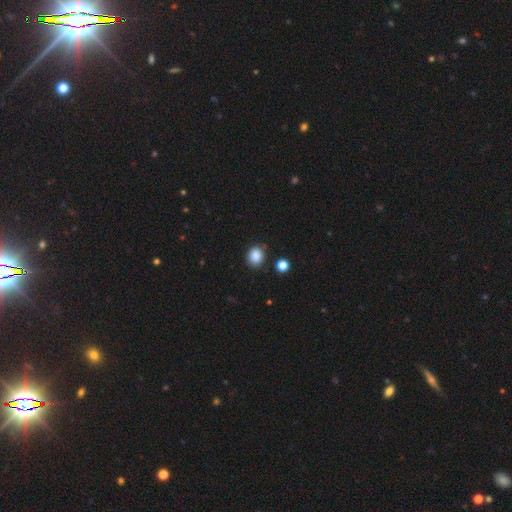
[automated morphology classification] type=smooth (87%); roundness=round (66%); merging=none (81%).